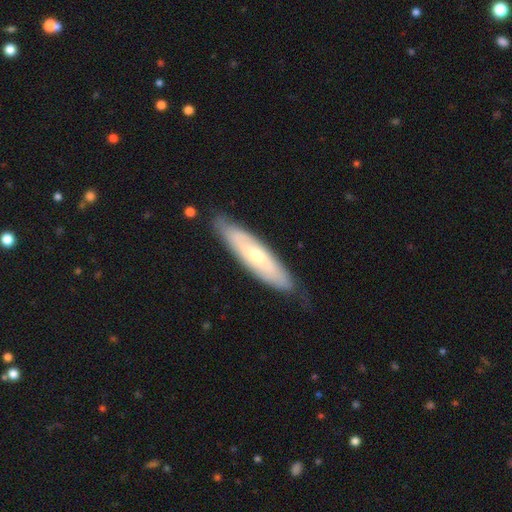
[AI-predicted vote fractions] featured or disk 55%, smooth 39%, star or artifact 6%. Down the decision tree: edge-on disk — no (58%); merging — none (78%).